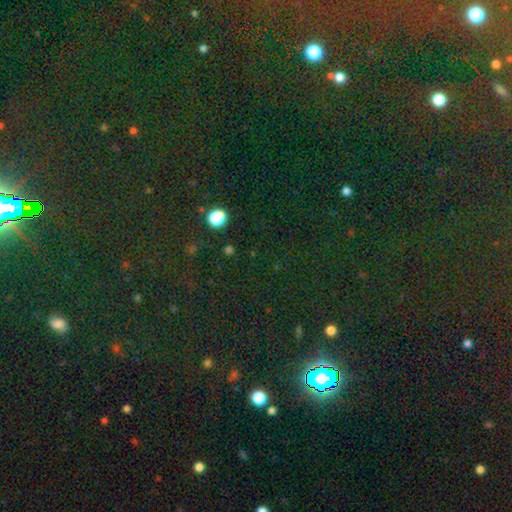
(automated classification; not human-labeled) This is clearly a star or artifact rather than a galaxy (80%).